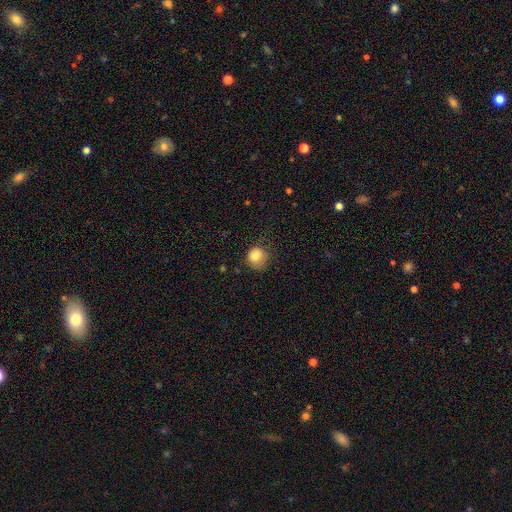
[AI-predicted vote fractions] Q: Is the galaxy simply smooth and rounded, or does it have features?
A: smooth — 82%.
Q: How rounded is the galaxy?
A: round — 83%.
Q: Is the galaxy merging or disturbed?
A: none — 63%.